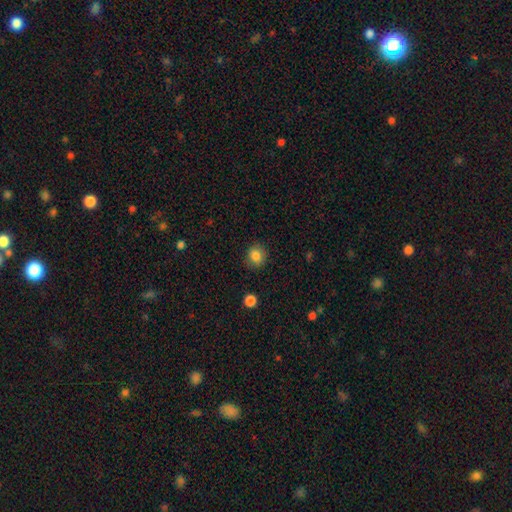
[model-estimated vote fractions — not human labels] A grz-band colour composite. It shows a smooth galaxy with no disk features (85%) that is round (76%). Merging: none (87%).